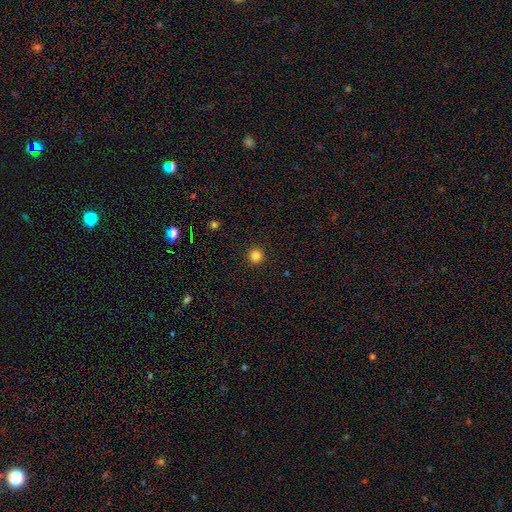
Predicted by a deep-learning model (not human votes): A smooth galaxy with no disk features (84%) that is round (95%).

Vote fractions:
- Smooth or featured? smooth: 84% / star or artifact: 13% / featured or disk: 4%
- How rounded? round: 95% / in between: 4% / cigar-shaped: 1%
- Merging? none: 93% / minor disturbance: 4% / major disturbance: 2% / merger: 1%